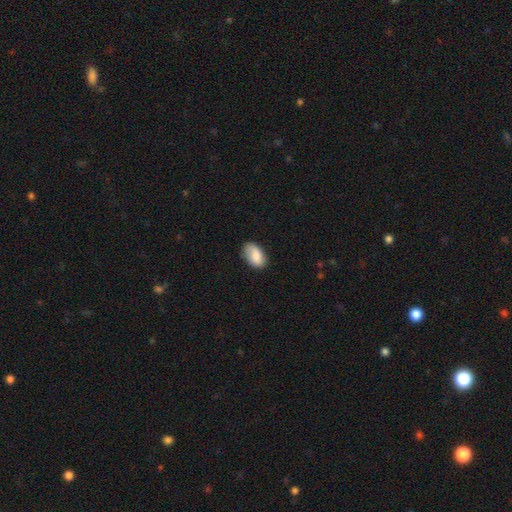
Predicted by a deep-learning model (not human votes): Smooth or featured?
  - smooth: 83% *
  - featured or disk: 11%
  - star or artifact: 7%
How rounded?
  - in between: 93% *
  - round: 6%
  - cigar-shaped: 2%
Merging?
  - none: 75% *
  - minor disturbance: 20%
  - major disturbance: 4%
  - merger: 1%